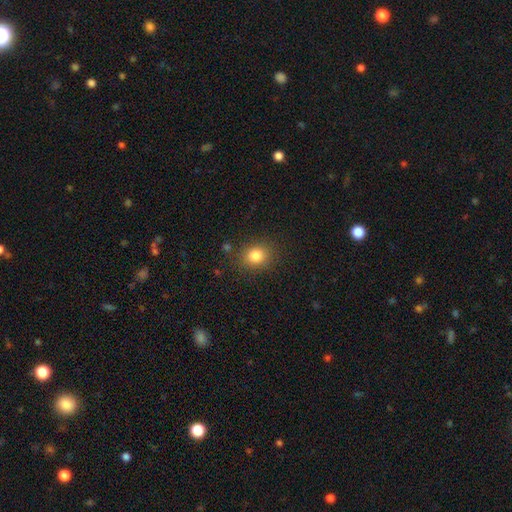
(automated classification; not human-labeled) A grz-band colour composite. It shows a smooth galaxy with no disk features (82%) that is round (68%). Merging: none (85%).